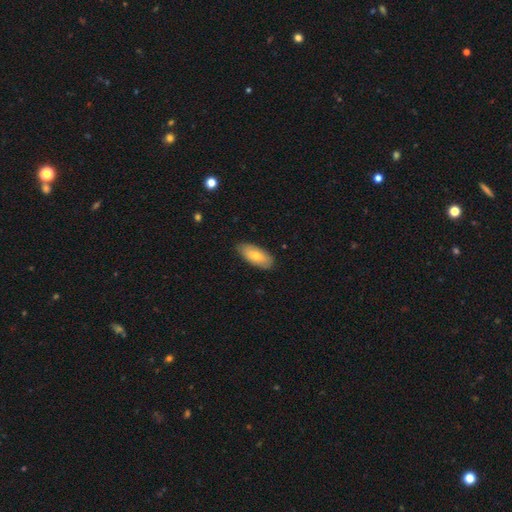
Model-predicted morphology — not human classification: smooth-or-featured: smooth: 73% | featured or disk: 21% | star or artifact: 6%
  how-rounded: in between: 89% | cigar-shaped: 8% | round: 2%
  merging: none: 84% | minor disturbance: 12% | major disturbance: 2% | merger: 1%